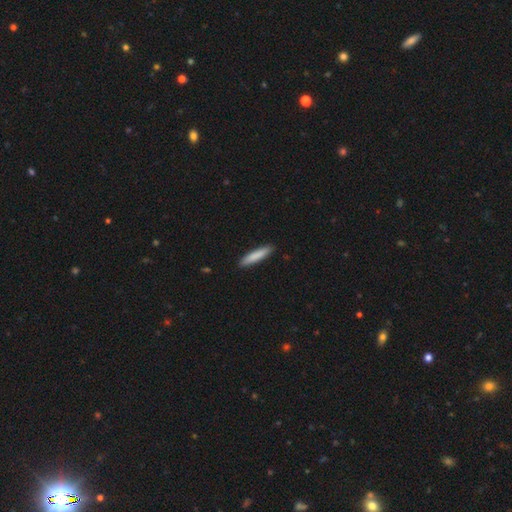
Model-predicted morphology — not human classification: Smooth or featured? Predicted: smooth (p=0.84). How rounded? Predicted: cigar-shaped (p=0.88). Merging? Predicted: none (p=0.90).